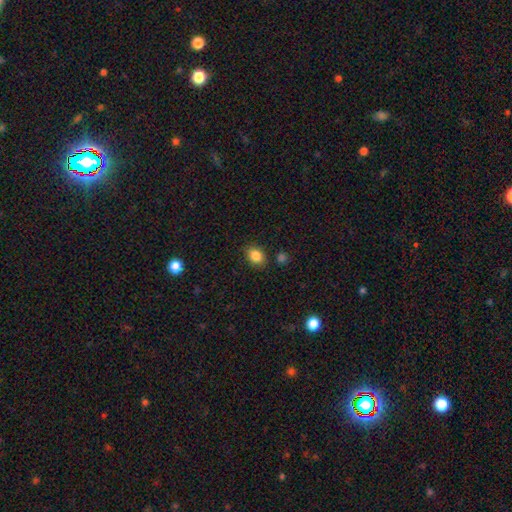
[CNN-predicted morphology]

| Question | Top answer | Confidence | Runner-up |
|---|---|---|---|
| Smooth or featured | smooth | 85% | star or artifact (10%) |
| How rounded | in between | 64% | round (35%) |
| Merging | none | 83% | minor disturbance (11%) |